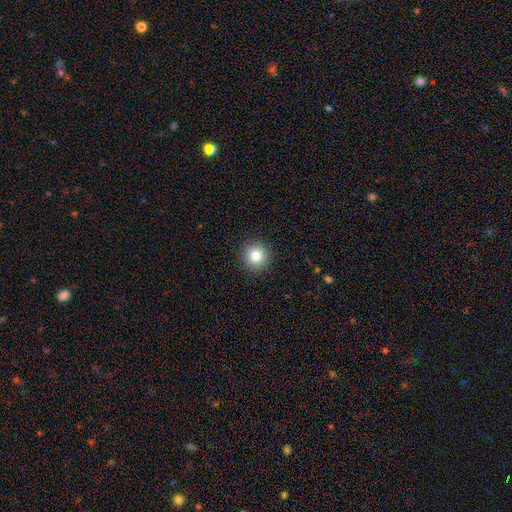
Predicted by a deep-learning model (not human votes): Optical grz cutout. It shows a smooth galaxy with no disk features (80%) that is round (95%). Merging: none (92%).